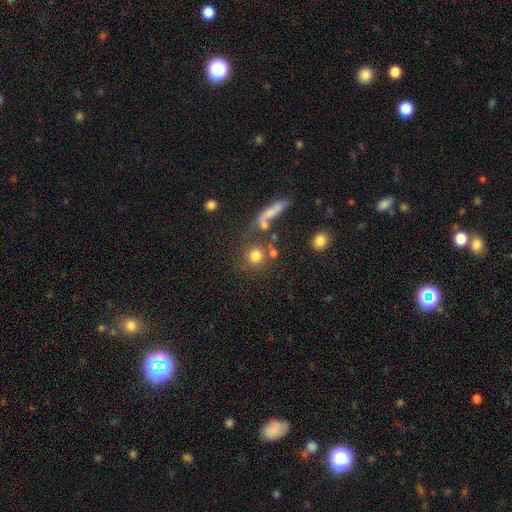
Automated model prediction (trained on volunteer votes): smooth 76%, star or artifact 12%, featured or disk 11%. Down the decision tree: how rounded — round (89%); merging — none (61%).